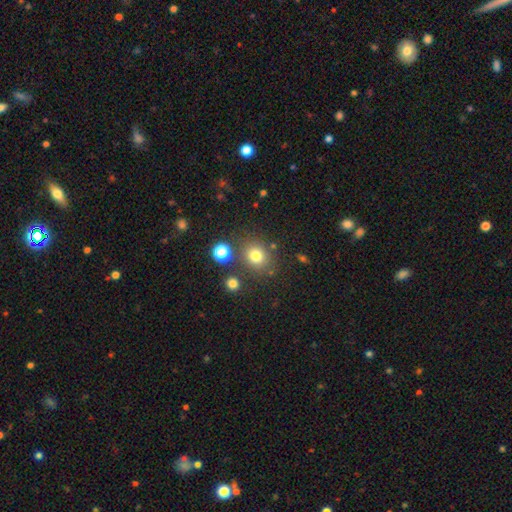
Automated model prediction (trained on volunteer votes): Smooth or featured: smooth — 76% (star or artifact — 16%)
How rounded: round — 77% (in between — 22%)
Merging: none — 79% (minor disturbance — 10%)